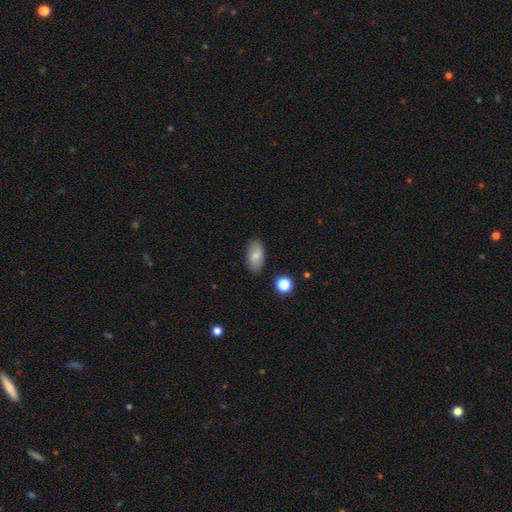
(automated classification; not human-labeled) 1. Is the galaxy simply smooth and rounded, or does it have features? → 79% smooth, 13% featured or disk, 8% star or artifact.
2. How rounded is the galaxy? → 92% in between, 4% round, 4% cigar-shaped.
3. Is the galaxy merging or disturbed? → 84% none, 11% minor disturbance, 3% major disturbance, 2% merger.